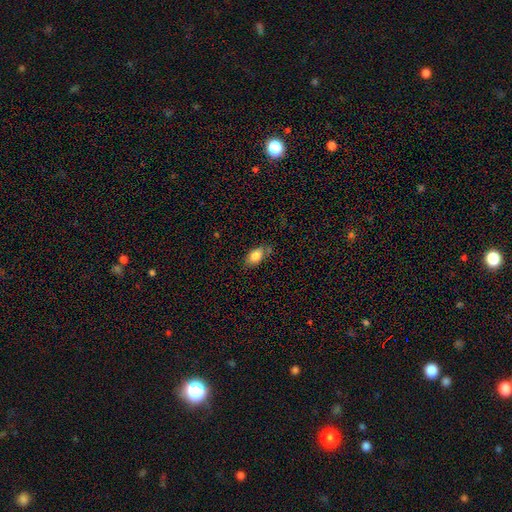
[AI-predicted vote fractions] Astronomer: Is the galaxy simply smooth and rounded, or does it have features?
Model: smooth — 82%.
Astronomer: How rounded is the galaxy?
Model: in between — 88%.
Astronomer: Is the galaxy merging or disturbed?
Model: none — 69%.